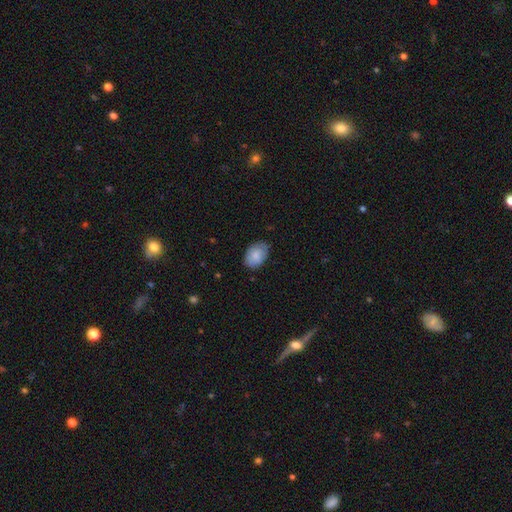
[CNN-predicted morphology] Smooth or featured: smooth — 83% (featured or disk — 10%)
How rounded: in between — 83% (round — 16%)
Merging: none — 75% (minor disturbance — 21%)